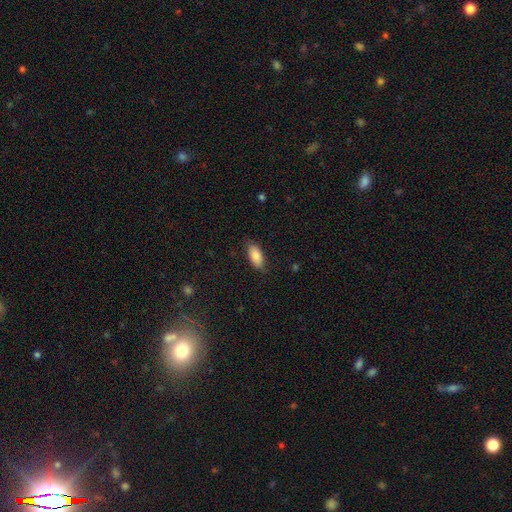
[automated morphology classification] smooth 83%, featured or disk 10%, star or artifact 6%. Down the decision tree: how rounded — in between (89%); merging — none (81%).